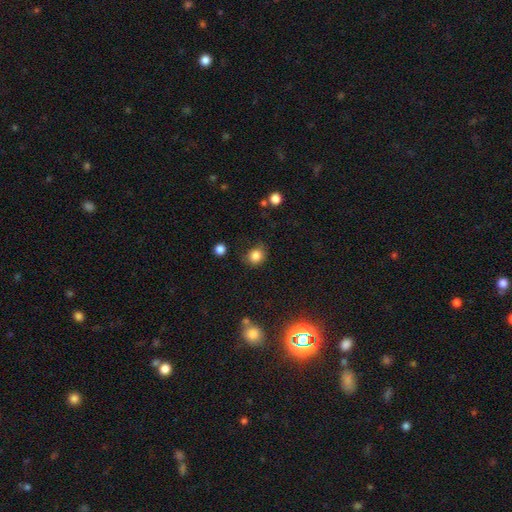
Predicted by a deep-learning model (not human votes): The model was most divided on "merging": none: 73%, minor disturbance: 20%, major disturbance: 5%, merger: 2%. More confident: smooth or featured — smooth (83%); how rounded — round (77%).